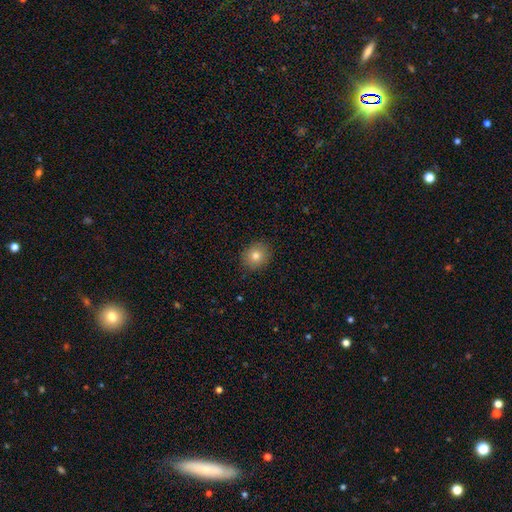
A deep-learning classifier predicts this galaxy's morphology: smooth-or-featured: smooth: 80% | star or artifact: 11% | featured or disk: 9%
  how-rounded: round: 75% | in between: 24% | cigar-shaped: 1%
  merging: none: 89% | minor disturbance: 8% | major disturbance: 2% | merger: 1%